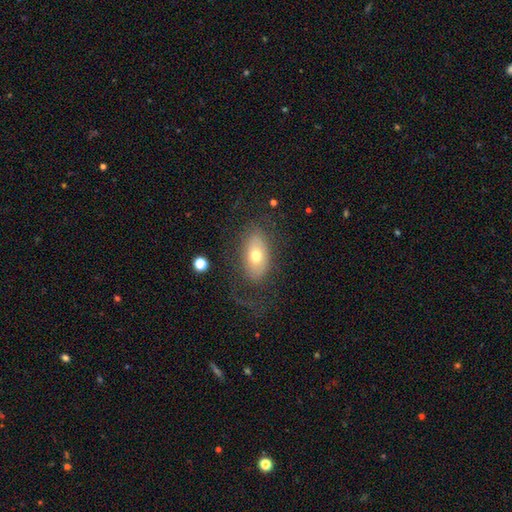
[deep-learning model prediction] The model was most divided on "smooth or featured": smooth: 57%, featured or disk: 34%, star or artifact: 9%. More confident: how rounded — in between (89%); merging — none (63%).